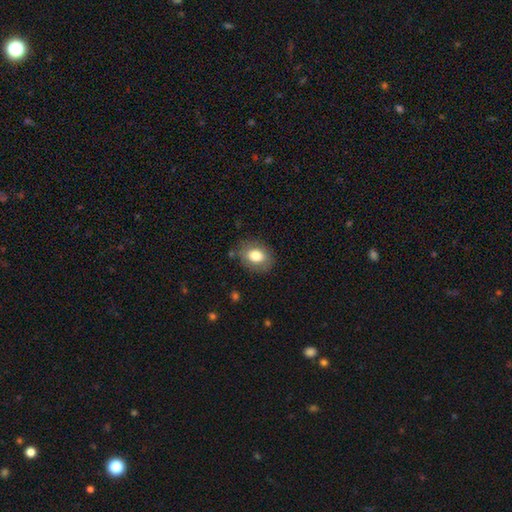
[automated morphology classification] This is likely a smooth galaxy (77%). How rounded: likely in between (60%). Merging: clearly none (80%).